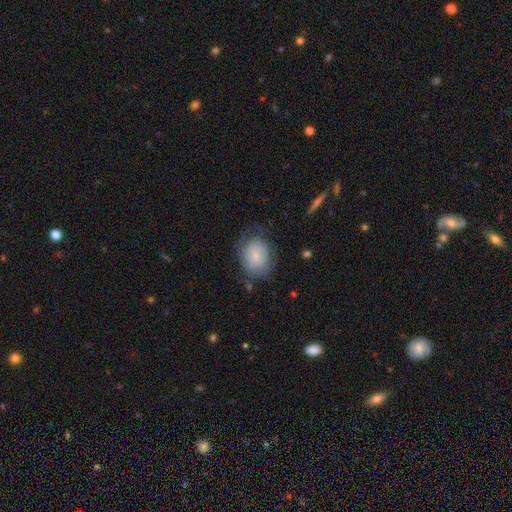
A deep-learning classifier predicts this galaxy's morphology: This is likely a smooth galaxy (68%). How rounded: possibly in between (50%). Merging: possibly none (55%).